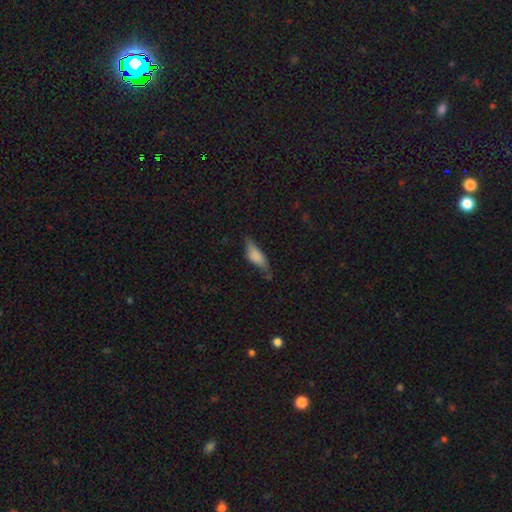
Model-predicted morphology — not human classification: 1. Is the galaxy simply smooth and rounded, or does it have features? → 73% smooth, 20% featured or disk, 7% star or artifact.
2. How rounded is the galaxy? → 66% in between, 31% cigar-shaped, 3% round.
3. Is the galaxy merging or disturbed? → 52% none, 35% minor disturbance, 10% major disturbance, 3% merger.